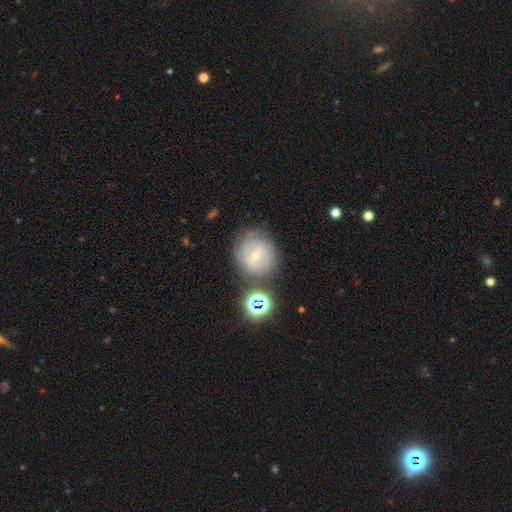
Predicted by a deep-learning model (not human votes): Smooth or featured? Predicted: featured or disk (p=0.61). Edge-on disk? Predicted: no (p=0.96). Bar? Predicted: no (p=0.67). Spiral arms? Predicted: yes (p=0.78). Bulge size? Predicted: small (p=0.56). Merging? Predicted: none (p=0.68).